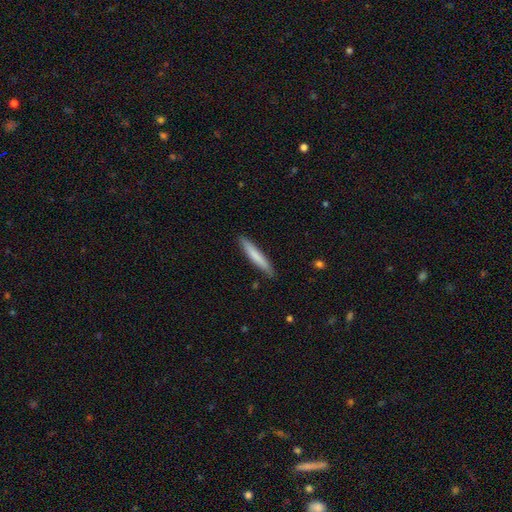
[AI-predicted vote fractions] smooth 75%, featured or disk 19%, star or artifact 5%. Down the decision tree: how rounded — cigar-shaped (94%); merging — none (88%).